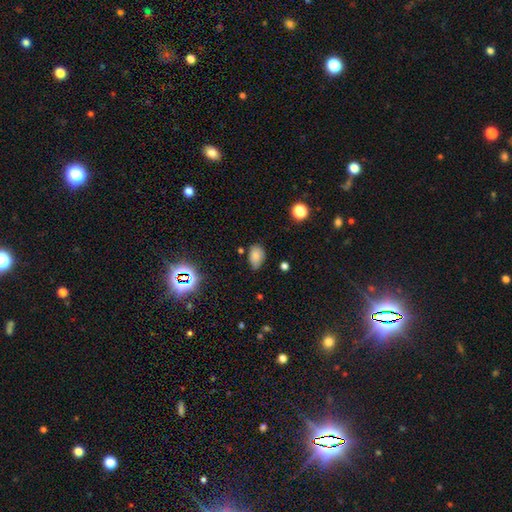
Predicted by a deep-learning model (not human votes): This appears to be a smooth galaxy with no disk features (76%) that is in between round and cigar-shaped (86%). Merging: none (62%).